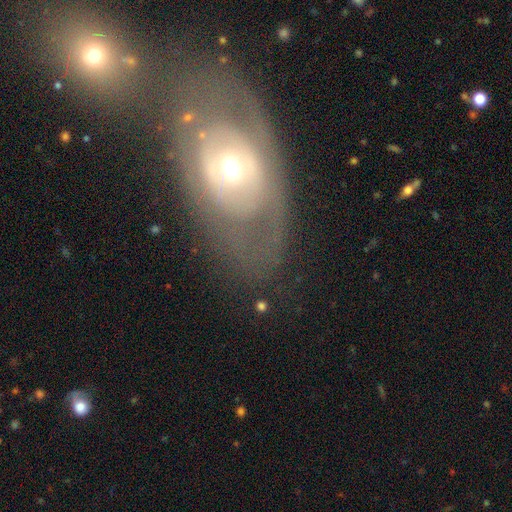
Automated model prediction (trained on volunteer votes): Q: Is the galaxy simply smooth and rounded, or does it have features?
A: featured or disk — 69%.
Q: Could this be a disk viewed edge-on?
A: no — 92%.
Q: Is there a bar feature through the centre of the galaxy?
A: no — 73%.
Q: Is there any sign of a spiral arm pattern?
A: no — 52%.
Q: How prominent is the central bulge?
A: moderate — 60%.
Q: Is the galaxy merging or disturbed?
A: none — 62%.